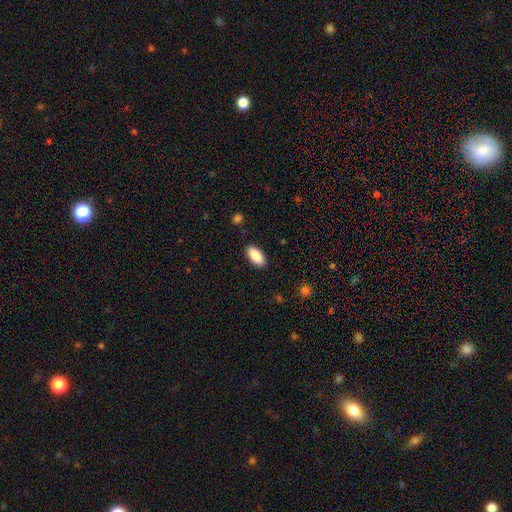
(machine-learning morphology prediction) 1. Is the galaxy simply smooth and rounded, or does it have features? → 89% smooth, 6% star or artifact, 5% featured or disk.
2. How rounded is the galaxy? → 91% in between, 7% cigar-shaped, 2% round.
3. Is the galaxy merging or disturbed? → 88% none, 9% minor disturbance, 2% major disturbance, 1% merger.